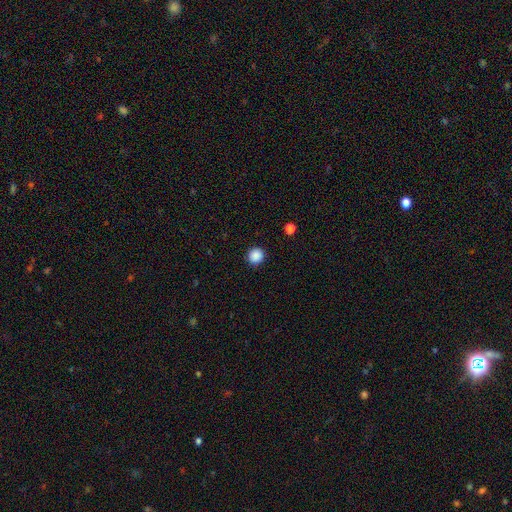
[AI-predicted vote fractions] Q: Smooth or featured?
A: smooth (88%); runner-up: star or artifact (10%)
Q: How rounded?
A: round (93%); runner-up: in between (6%)
Q: Merging?
A: none (91%); runner-up: minor disturbance (6%)